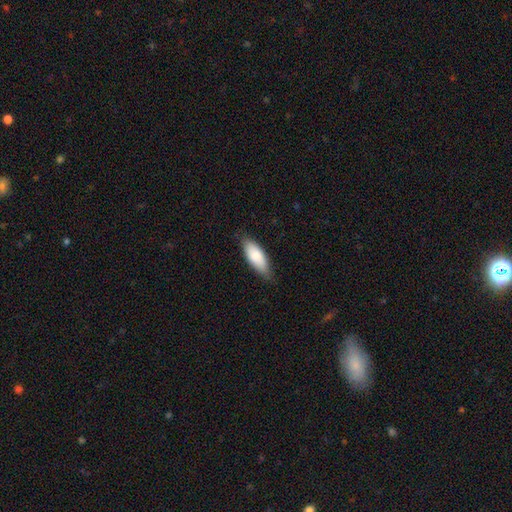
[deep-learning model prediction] Smooth or featured?
  - smooth: 82% *
  - featured or disk: 13%
  - star or artifact: 5%
How rounded?
  - in between: 75% *
  - cigar-shaped: 23%
  - round: 2%
Merging?
  - none: 78% *
  - minor disturbance: 19%
  - major disturbance: 3%
  - merger: 1%